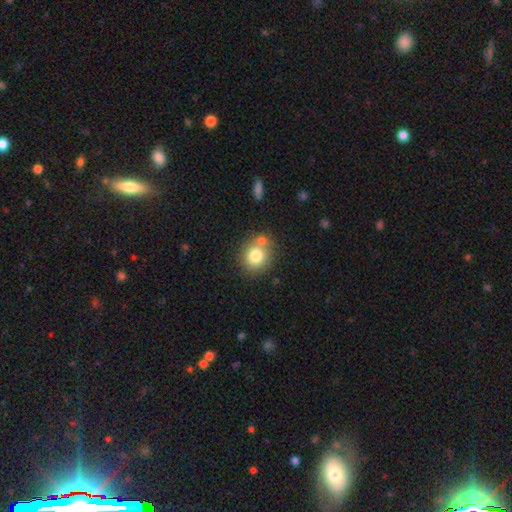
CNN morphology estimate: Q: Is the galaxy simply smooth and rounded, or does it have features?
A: smooth — 78%.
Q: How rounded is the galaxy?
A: round — 81%.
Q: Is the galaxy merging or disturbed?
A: none — 62%.